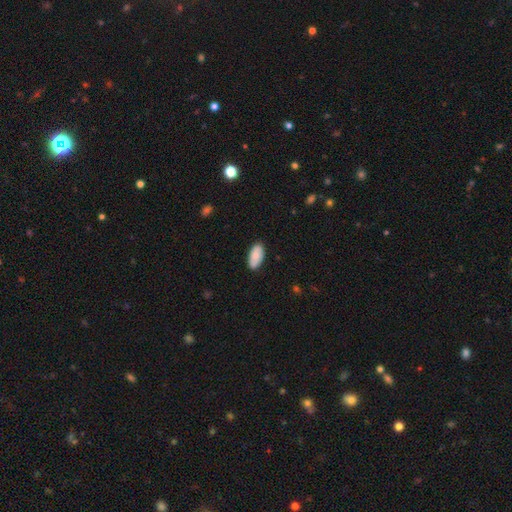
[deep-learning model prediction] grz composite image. It shows a smooth galaxy with no disk features (81%) that is in between round and cigar-shaped (93%). Merging: none (86%).